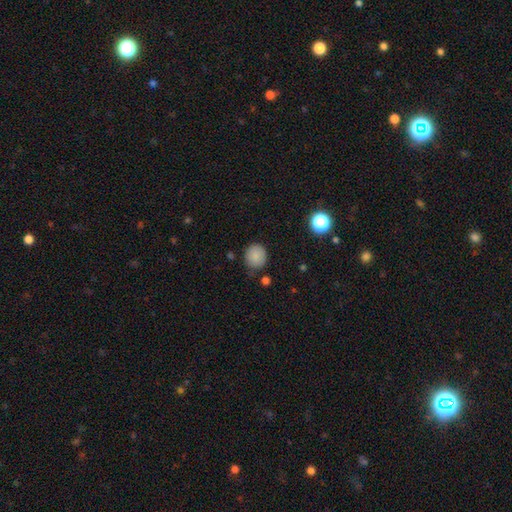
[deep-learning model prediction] This appears to be a smooth galaxy with no disk features (85%) that is round (84%). Merging: none (80%).